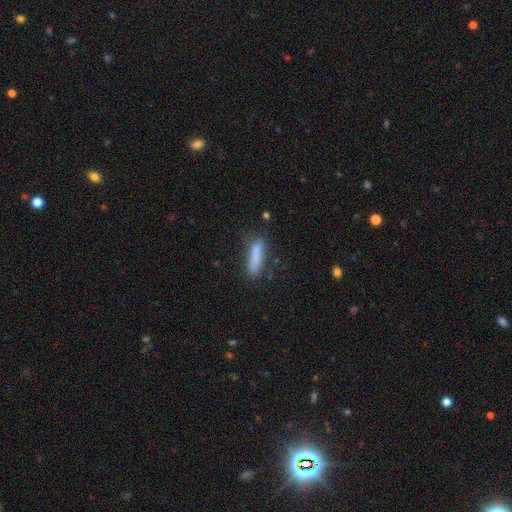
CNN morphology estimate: A smooth galaxy with no disk features (79%) that is cigar-shaped (76%).

Vote fractions:
- Smooth or featured? smooth: 79% / featured or disk: 13% / star or artifact: 8%
- How rounded? cigar-shaped: 76% / in between: 22% / round: 2%
- Merging? none: 69% / minor disturbance: 19% / major disturbance: 7% / merger: 5%